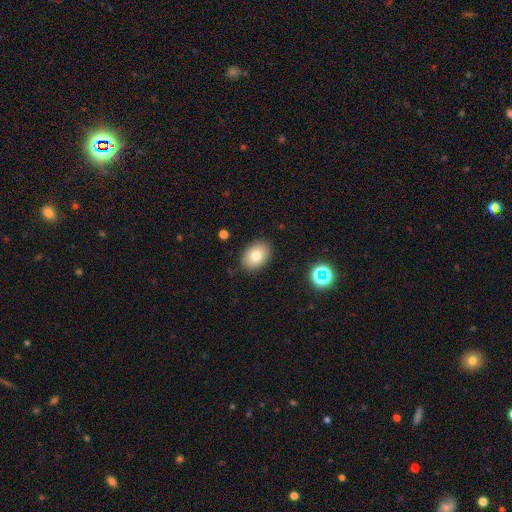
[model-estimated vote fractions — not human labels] Smooth or featured? smooth (79%)
How rounded? in between (80%)
Merging? none (87%)